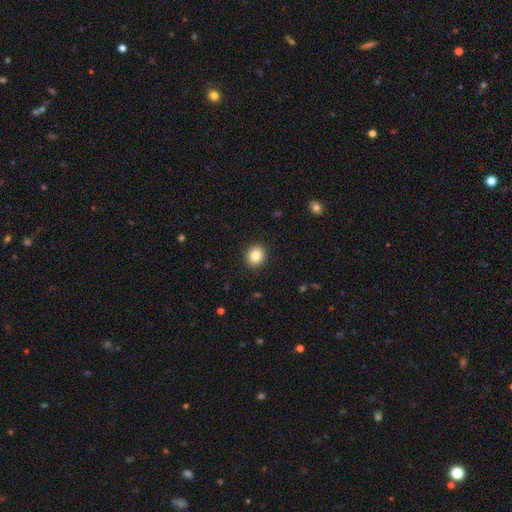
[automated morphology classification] type=smooth (84%); roundness=round (77%); merging=none (91%).